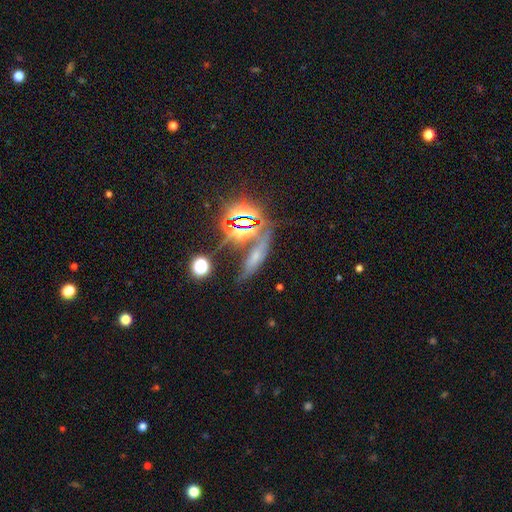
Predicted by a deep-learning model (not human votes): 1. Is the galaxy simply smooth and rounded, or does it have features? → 43% star or artifact, 33% smooth, 24% featured or disk.